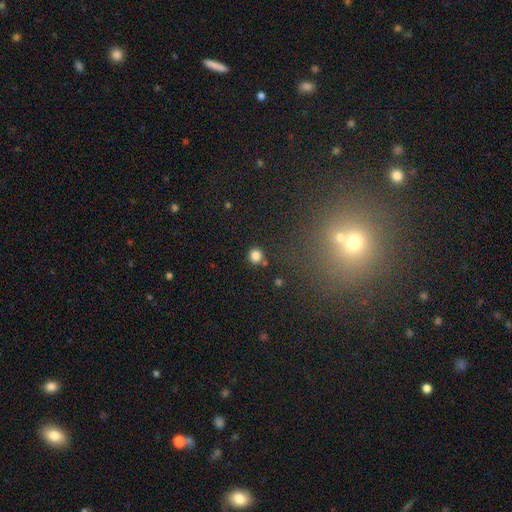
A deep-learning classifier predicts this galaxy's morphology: Smooth or featured? smooth (82%)
How rounded? round (90%)
Merging? none (84%)